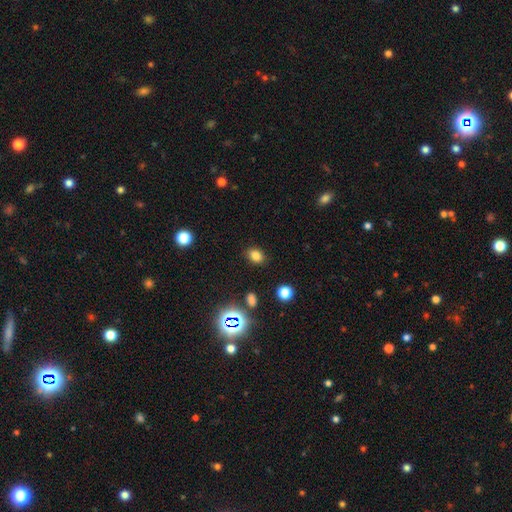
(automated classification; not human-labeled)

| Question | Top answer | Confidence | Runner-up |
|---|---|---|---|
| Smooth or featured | smooth | 79% | star or artifact (16%) |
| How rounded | in between | 63% | round (36%) |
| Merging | none | 86% | minor disturbance (9%) |